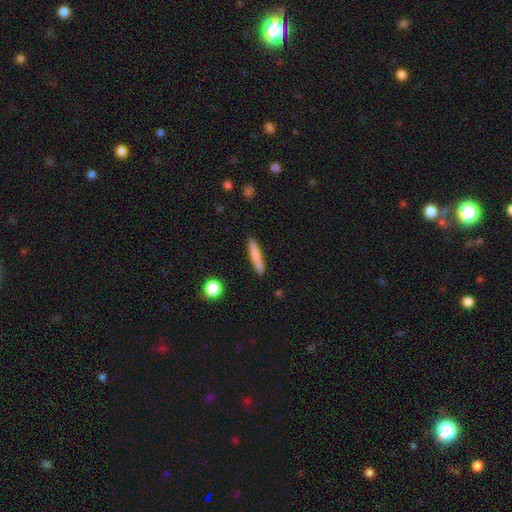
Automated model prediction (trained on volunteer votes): This is likely a smooth galaxy (76%). How rounded: clearly cigar-shaped (92%). Merging: clearly none (89%).